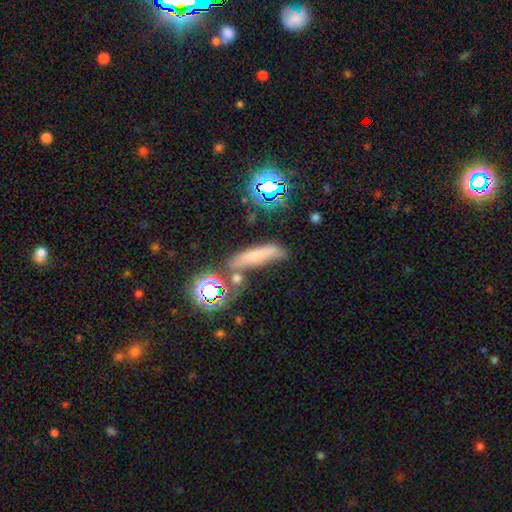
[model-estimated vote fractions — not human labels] Overall: smooth (56%; star or artifact 25%). How rounded: cigar-shaped (71%). Merging: none (61%).